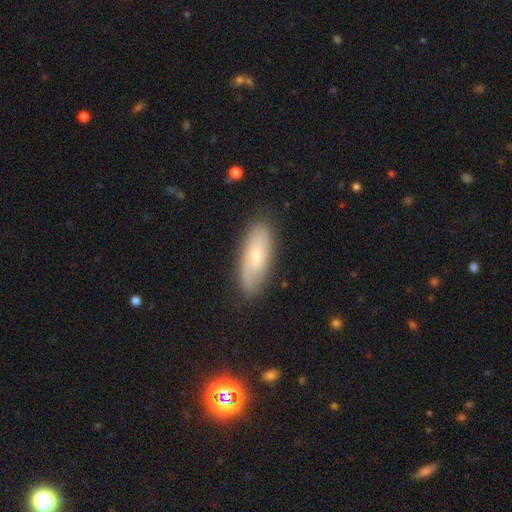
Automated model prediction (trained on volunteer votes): smooth-or-featured: featured or disk: 48% | smooth: 45% | star or artifact: 7%
  merging: none: 81% | minor disturbance: 14% | major disturbance: 4% | merger: 1%